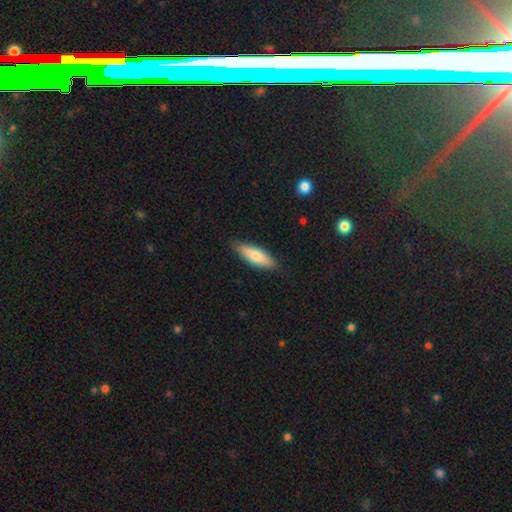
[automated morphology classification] smooth_or_featured: smooth (p=0.74) [alt: featured or disk p=0.20]
how_rounded: cigar-shaped (p=0.50) [alt: in between p=0.48]
merging: none (p=0.85) [alt: minor disturbance p=0.12]